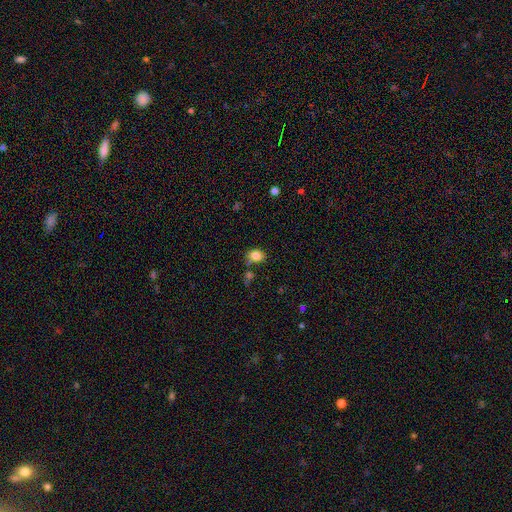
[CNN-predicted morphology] This is clearly a smooth galaxy (84%). How rounded: possibly in between (55%). Merging: likely none (64%).